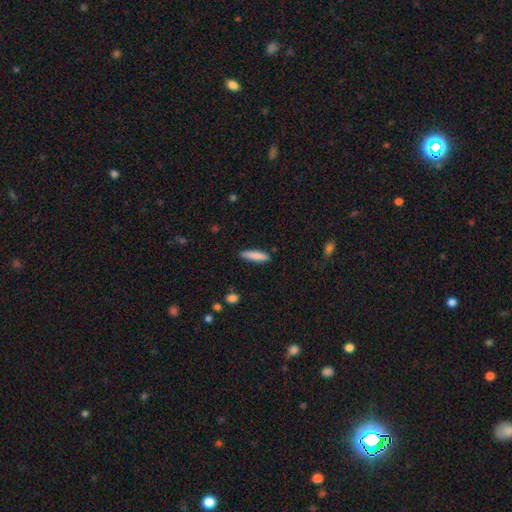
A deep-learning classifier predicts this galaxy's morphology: Q: Smooth or featured?
A: smooth (84%); runner-up: featured or disk (10%)
Q: How rounded?
A: cigar-shaped (83%); runner-up: in between (16%)
Q: Merging?
A: none (87%); runner-up: minor disturbance (9%)